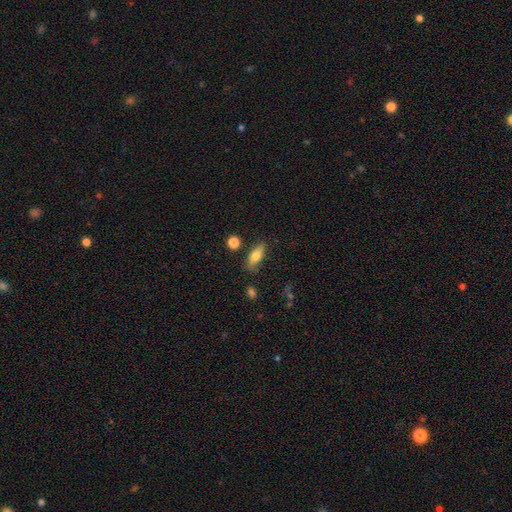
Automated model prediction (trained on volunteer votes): smooth-or-featured: smooth: 69% | featured or disk: 23% | star or artifact: 8%
  how-rounded: in between: 64% | cigar-shaped: 32% | round: 4%
  merging: none: 79% | minor disturbance: 14% | merger: 4% | major disturbance: 3%